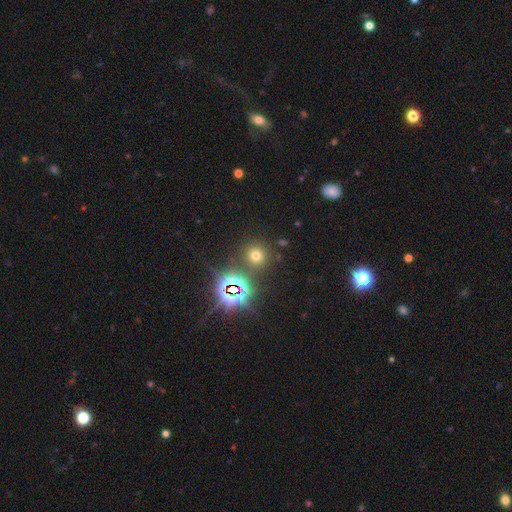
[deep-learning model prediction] Smooth or featured? smooth (57%)
How rounded? round (91%)
Merging? none (85%)